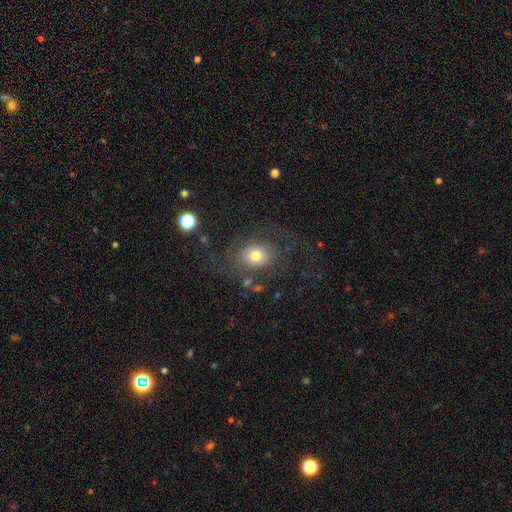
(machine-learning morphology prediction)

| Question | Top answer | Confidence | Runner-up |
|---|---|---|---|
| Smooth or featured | smooth | 59% | featured or disk (29%) |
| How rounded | round | 50% | in between (49%) |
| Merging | none | 64% | major disturbance (17%) |